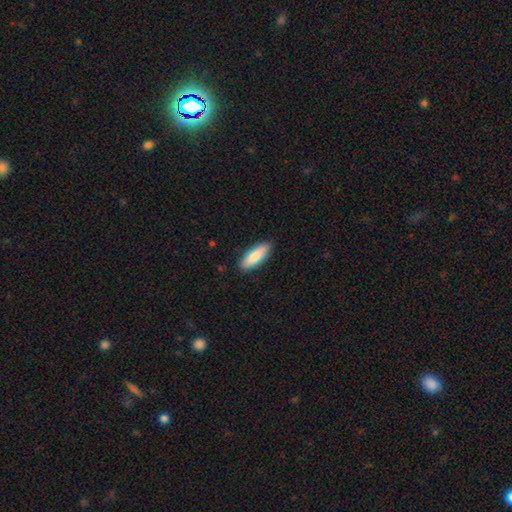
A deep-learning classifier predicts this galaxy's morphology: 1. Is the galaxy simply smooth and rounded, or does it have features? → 85% smooth, 10% featured or disk, 5% star or artifact.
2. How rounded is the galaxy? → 67% in between, 31% cigar-shaped, 2% round.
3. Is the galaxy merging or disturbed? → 89% none, 9% minor disturbance, 2% major disturbance, 1% merger.